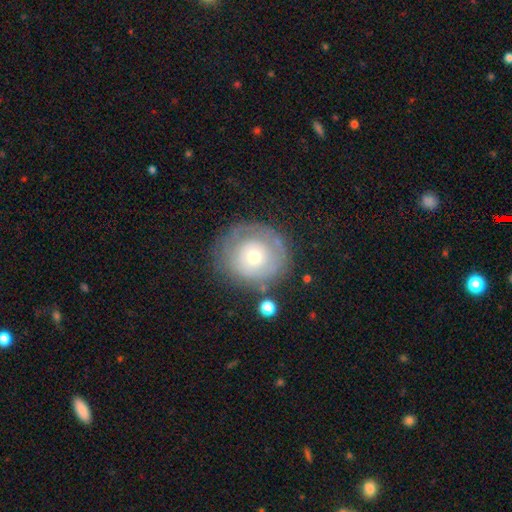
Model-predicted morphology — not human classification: type=featured or disk (47%); merging=none (71%).